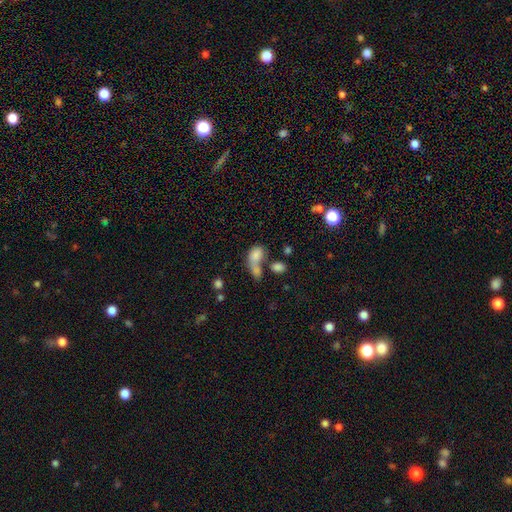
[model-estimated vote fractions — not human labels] Smooth or featured?
  - smooth: 75% *
  - featured or disk: 14%
  - star or artifact: 10%
How rounded?
  - in between: 78% *
  - round: 19%
  - cigar-shaped: 4%
Merging?
  - merger: 57% *
  - none: 21%
  - major disturbance: 12%
  - minor disturbance: 10%